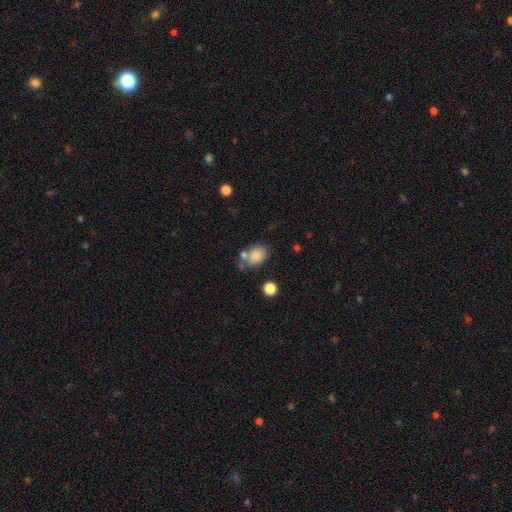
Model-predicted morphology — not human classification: Smooth or featured? smooth (83%)
How rounded? in between (69%)
Merging? none (54%)